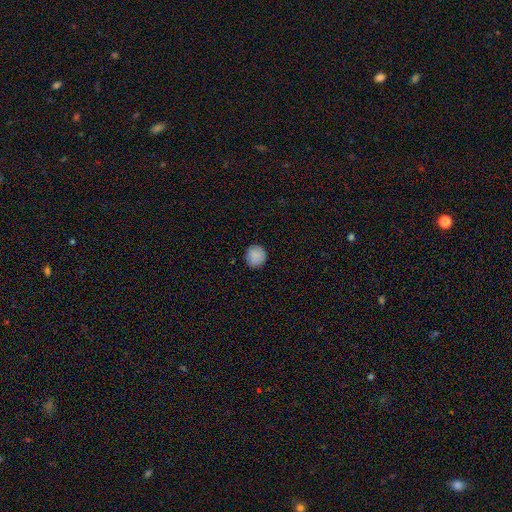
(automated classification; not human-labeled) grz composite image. It shows a smooth galaxy with no disk features (89%) that is round (93%). Merging: none (91%).